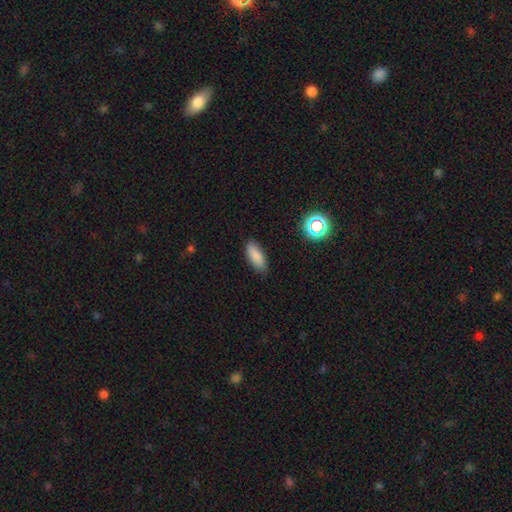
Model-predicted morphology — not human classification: Smooth or featured?
  - smooth: 84% *
  - star or artifact: 10%
  - featured or disk: 6%
How rounded?
  - in between: 77% *
  - cigar-shaped: 20%
  - round: 2%
Merging?
  - none: 86% *
  - minor disturbance: 11%
  - major disturbance: 2%
  - merger: 1%